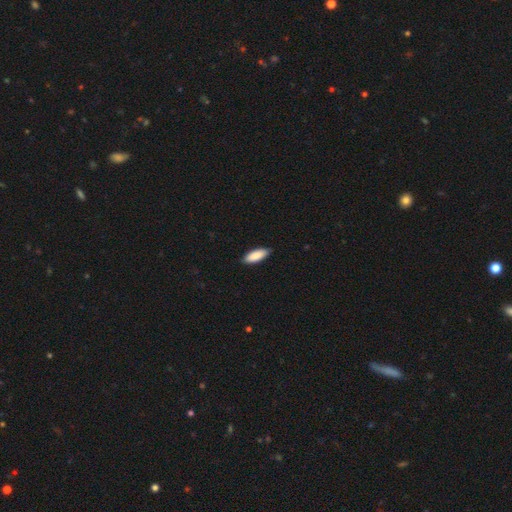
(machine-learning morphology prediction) Q: Smooth or featured?
A: smooth (89%); runner-up: featured or disk (6%)
Q: How rounded?
A: in between (75%); runner-up: cigar-shaped (23%)
Q: Merging?
A: none (87%); runner-up: minor disturbance (11%)